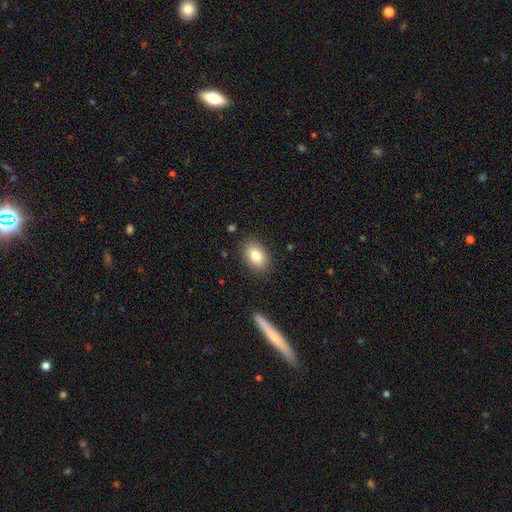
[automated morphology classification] Smooth or featured? smooth (82%)
How rounded? in between (82%)
Merging? none (86%)